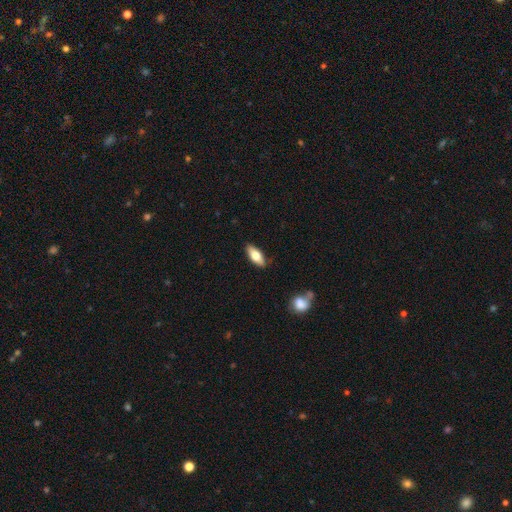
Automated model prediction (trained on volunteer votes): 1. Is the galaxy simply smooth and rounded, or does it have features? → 66% smooth, 27% featured or disk, 6% star or artifact.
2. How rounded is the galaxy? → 74% in between, 23% cigar-shaped, 3% round.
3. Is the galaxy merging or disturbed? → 86% none, 11% minor disturbance, 2% major disturbance, 1% merger.